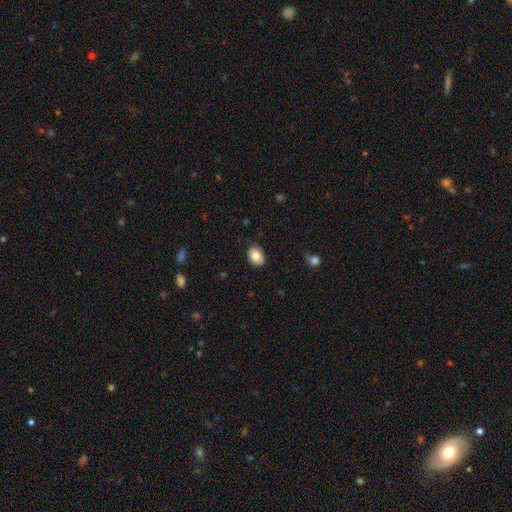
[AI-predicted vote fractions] Morphology: type=smooth (83%); roundness=in between (77%); merging=none (82%).